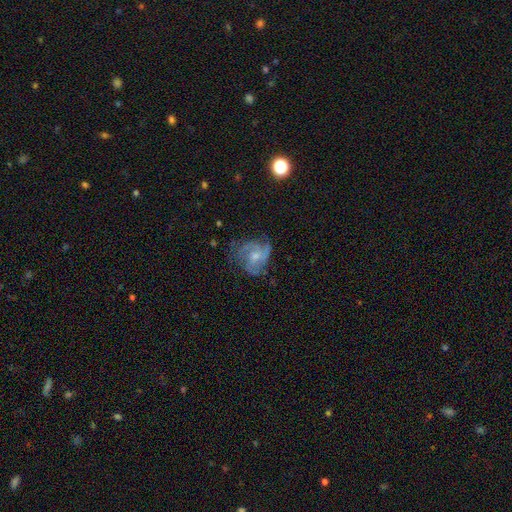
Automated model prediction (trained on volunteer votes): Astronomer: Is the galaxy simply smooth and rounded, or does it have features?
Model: featured or disk — 72%.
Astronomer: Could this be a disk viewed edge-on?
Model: no — 98%.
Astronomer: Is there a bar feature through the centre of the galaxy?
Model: no — 63%.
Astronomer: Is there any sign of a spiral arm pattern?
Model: yes — 87%.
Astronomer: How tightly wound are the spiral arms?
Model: medium — 48% (runner-up: tight, 32%).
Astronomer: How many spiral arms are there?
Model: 3 — 37% (runner-up: can't tell, 23%).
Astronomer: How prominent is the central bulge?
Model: moderate — 46% (runner-up: small, 43%).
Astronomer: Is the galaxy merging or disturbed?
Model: none — 53%.